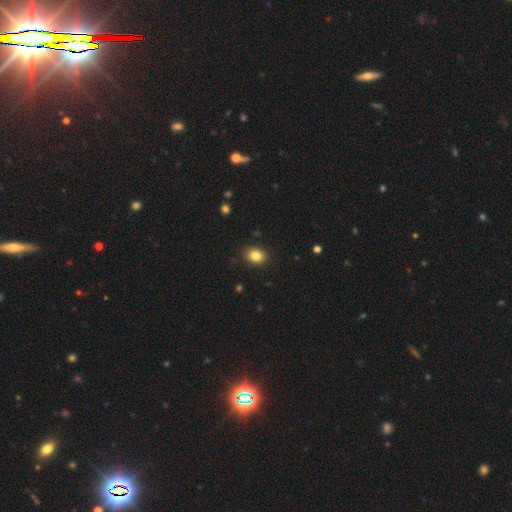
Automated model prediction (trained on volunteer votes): Morphology: type=smooth (84%); roundness=in between (60%); merging=none (88%).